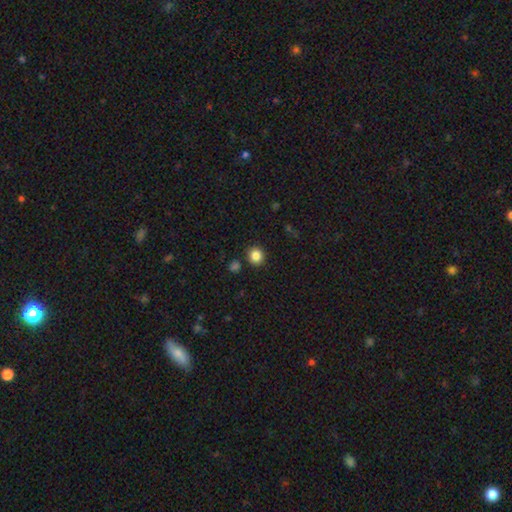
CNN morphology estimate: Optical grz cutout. It shows a smooth galaxy with no disk features (85%) that is round (90%). Merging: none (89%).